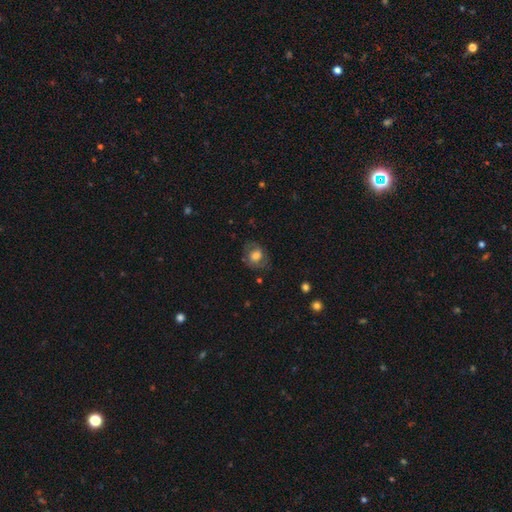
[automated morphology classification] Smooth or featured: smooth — 61% (featured or disk — 30%)
How rounded: round — 56% (in between — 43%)
Merging: none — 65% (minor disturbance — 21%)